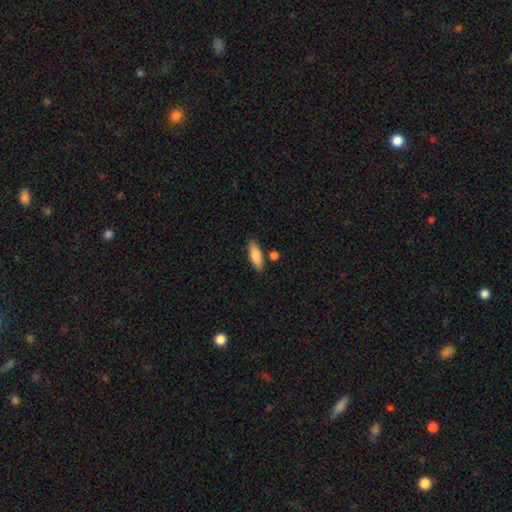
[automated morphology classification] This is clearly a smooth galaxy (83%). How rounded: likely in between (69%). Merging: clearly none (80%).